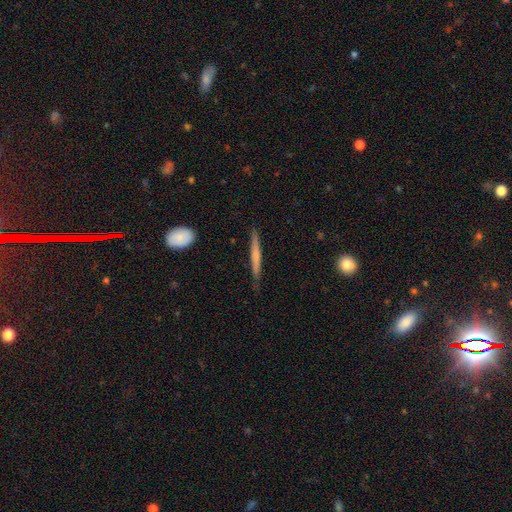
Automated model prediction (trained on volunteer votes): Smooth or featured?
  - smooth: 54% *
  - featured or disk: 41%
  - star or artifact: 5%
How rounded?
  - cigar-shaped: 95% *
  - in between: 3%
  - round: 2%
Merging?
  - none: 82% *
  - minor disturbance: 14%
  - major disturbance: 2%
  - merger: 2%